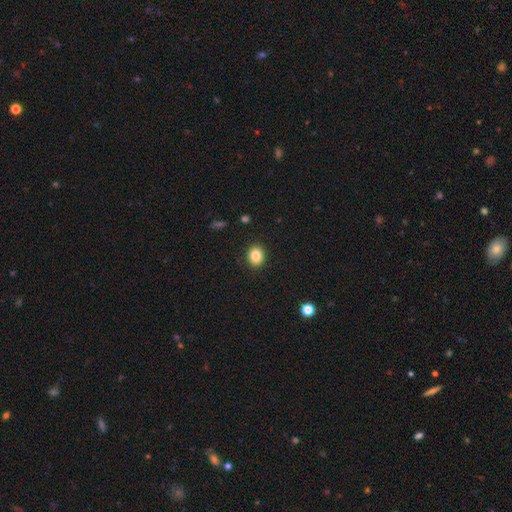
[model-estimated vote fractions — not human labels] Smooth or featured? Predicted: smooth (p=0.83). How rounded? Predicted: round (p=0.60). Merging? Predicted: none (p=0.90).